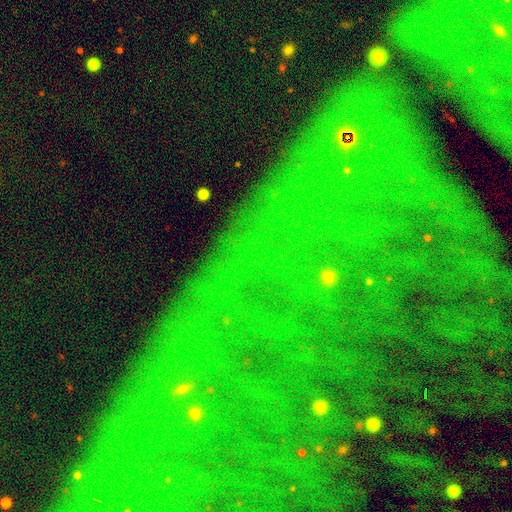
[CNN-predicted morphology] A star or artifact, not a galaxy (81%).

Vote fractions:
- Smooth or featured? star or artifact: 81% / featured or disk: 10% / smooth: 9%